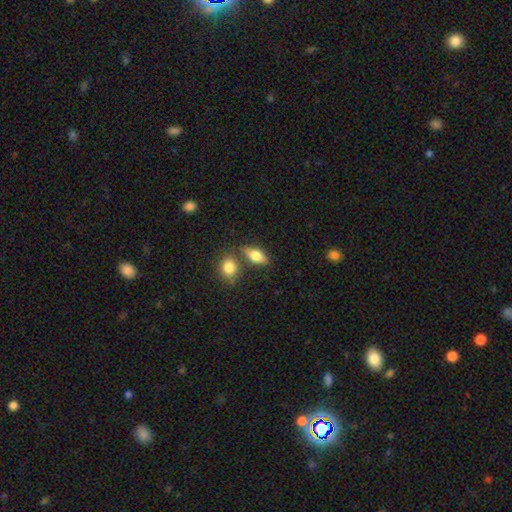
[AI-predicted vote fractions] smooth 71%, featured or disk 21%, star or artifact 8%. Down the decision tree: how rounded — in between (77%); merging — none (67%).